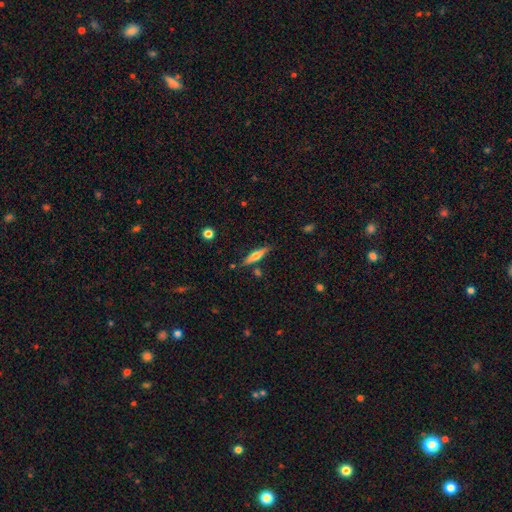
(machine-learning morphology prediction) type=featured or disk (52%); edge-on=yes (94%); merging=none (81%).